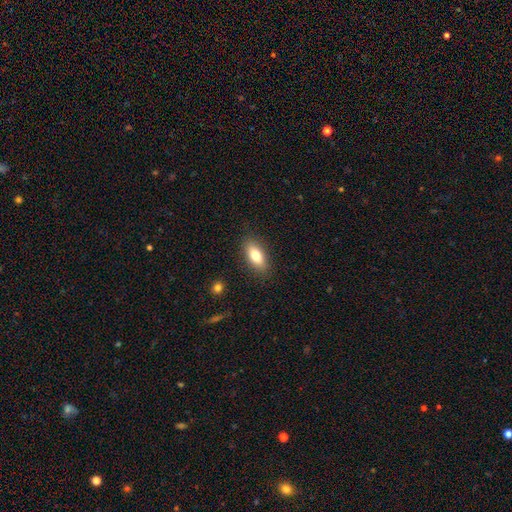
smooth_or_featured: smooth (p=0.81) [alt: featured or disk p=0.16]
how_rounded: in between (p=0.93) [alt: cigar-shaped p=0.07]
merging: none (p=0.89) [alt: minor disturbance p=0.11]